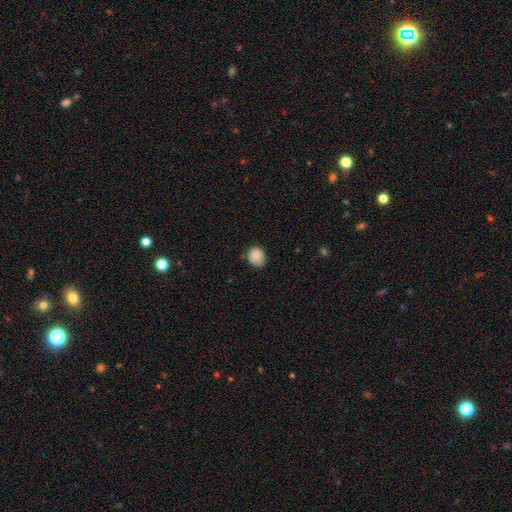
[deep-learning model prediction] Smooth or featured? Predicted: smooth (p=0.85). How rounded? Predicted: round (p=0.63). Merging? Predicted: none (p=0.67).